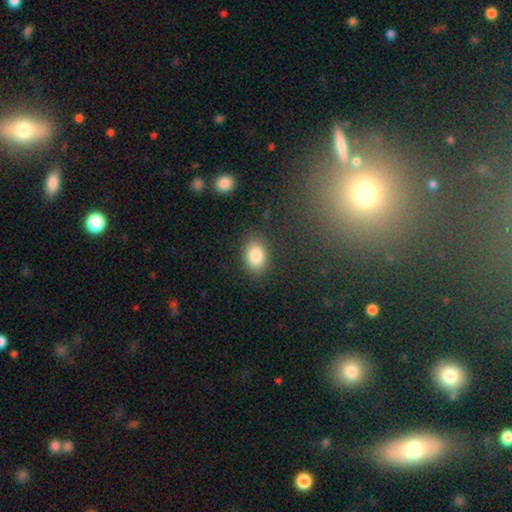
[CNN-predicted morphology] A smooth galaxy with no disk features (85%) that is in between round and cigar-shaped (77%).

Vote fractions:
- Smooth or featured? smooth: 85% / star or artifact: 8% / featured or disk: 7%
- How rounded? in between: 77% / round: 22% / cigar-shaped: 1%
- Merging? none: 84% / minor disturbance: 11% / major disturbance: 3% / merger: 2%